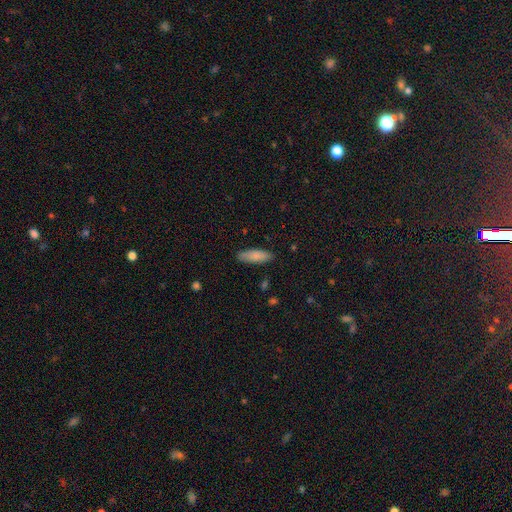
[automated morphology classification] Smooth or featured?
  - smooth: 84% *
  - featured or disk: 10%
  - star or artifact: 6%
How rounded?
  - in between: 58% *
  - cigar-shaped: 40%
  - round: 2%
Merging?
  - none: 86% *
  - minor disturbance: 10%
  - major disturbance: 2%
  - merger: 1%